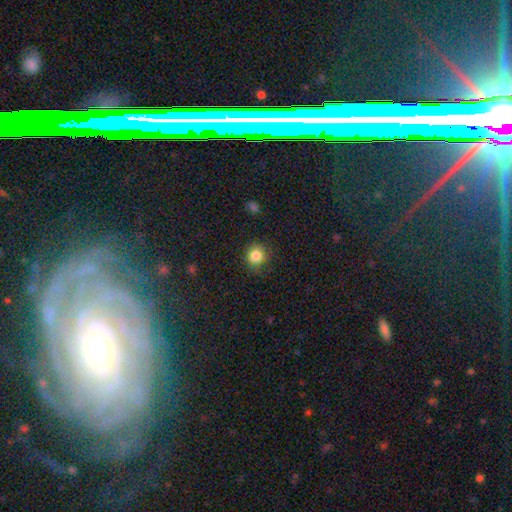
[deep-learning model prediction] A smooth galaxy with no disk features (84%) that is round (89%). Merging: none (82%).